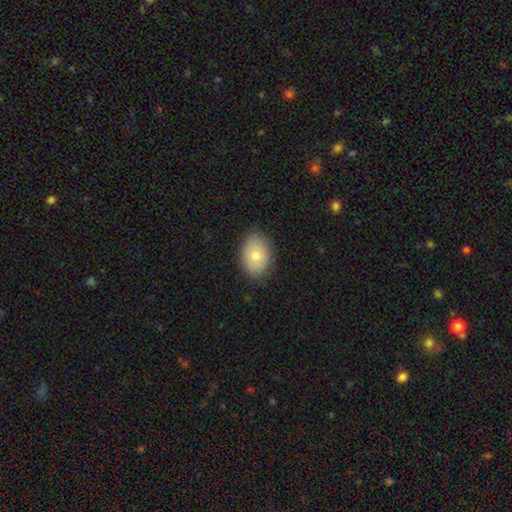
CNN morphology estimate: smooth-or-featured: smooth: 77% | featured or disk: 15% | star or artifact: 8%
  how-rounded: in between: 78% | round: 21% | cigar-shaped: 1%
  merging: none: 83% | minor disturbance: 13% | major disturbance: 3% | merger: 1%